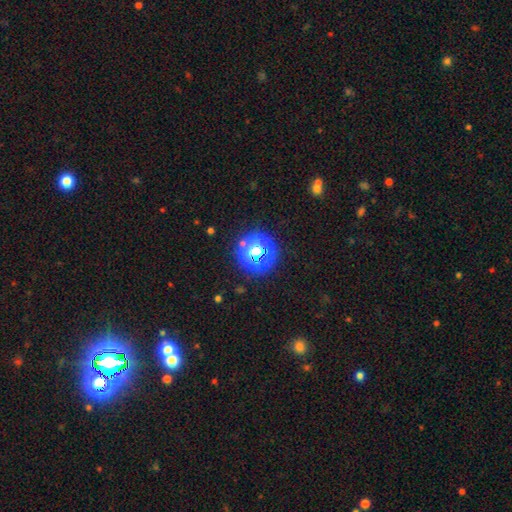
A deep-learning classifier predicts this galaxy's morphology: This appears to be a star or artifact, not a galaxy (71%).